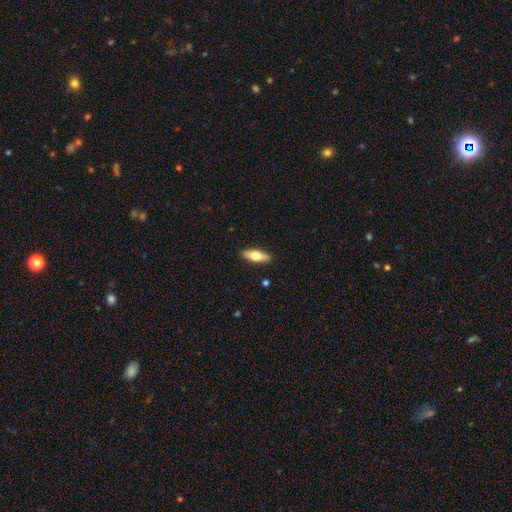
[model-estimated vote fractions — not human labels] smooth_or_featured: smooth (p=0.68) [alt: featured or disk p=0.26]
how_rounded: in between (p=0.67) [alt: cigar-shaped p=0.31]
merging: none (p=0.90) [alt: minor disturbance p=0.08]